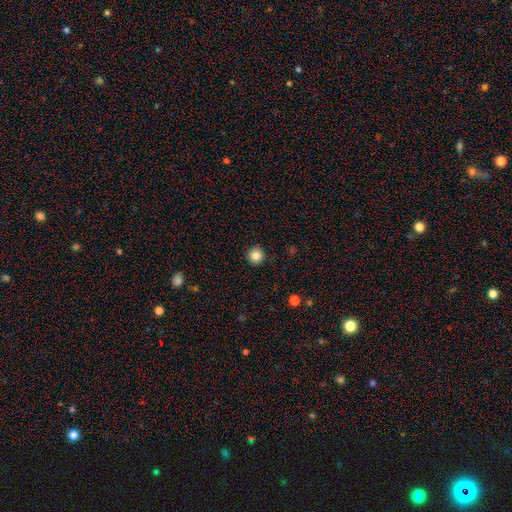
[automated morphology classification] type=smooth (84%); roundness=round (95%); merging=none (92%).